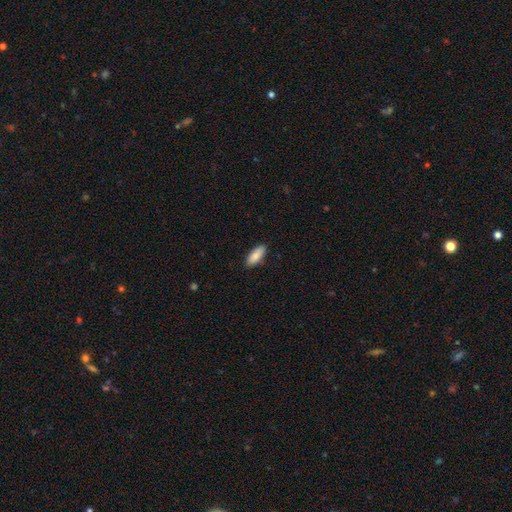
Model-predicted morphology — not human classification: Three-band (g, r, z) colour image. It shows a smooth galaxy with no disk features (86%) that is in between round and cigar-shaped (78%). Merging: none (87%).